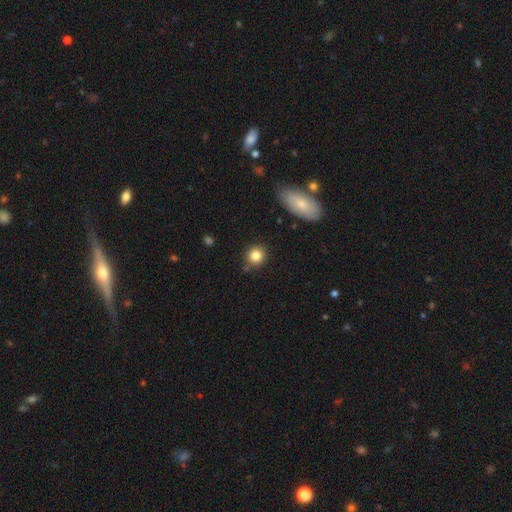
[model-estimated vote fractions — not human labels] A smooth galaxy with no disk features (83%) that is round (86%). Merging: none (84%).